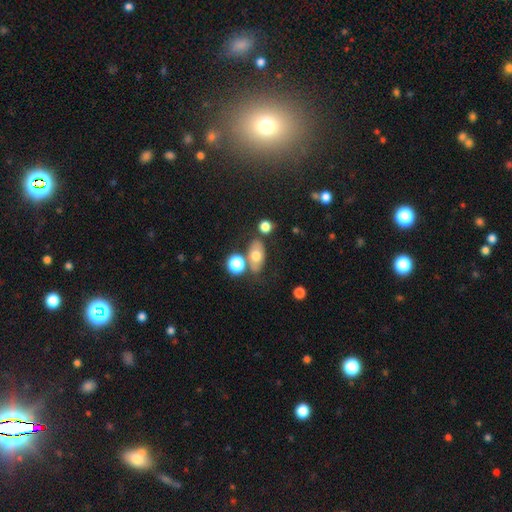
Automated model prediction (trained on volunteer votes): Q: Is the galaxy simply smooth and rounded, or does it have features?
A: smooth — 66%.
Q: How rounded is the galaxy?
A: in between — 81%.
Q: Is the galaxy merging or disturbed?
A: none — 66%.